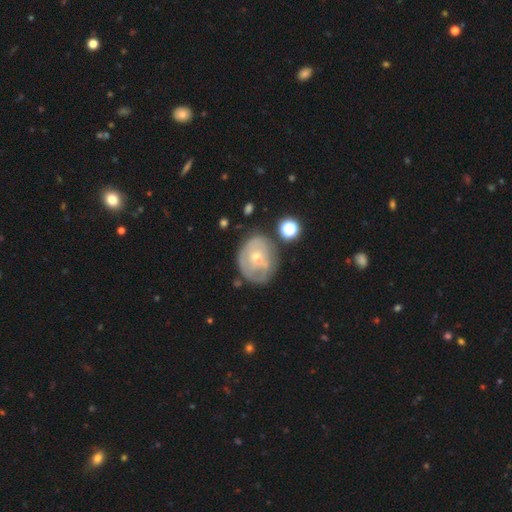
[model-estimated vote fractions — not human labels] smooth_or_featured: featured or disk (p=0.60) [alt: smooth p=0.32]
disk_edge_on: no (p=0.97) [alt: yes p=0.03]
bar: no (p=0.67) [alt: weak p=0.28]
has_spiral_arms: yes (p=0.55) [alt: no p=0.45]
bulge_size: small (p=0.67) [alt: moderate p=0.26]
merging: none (p=0.52) [alt: minor disturbance p=0.25]